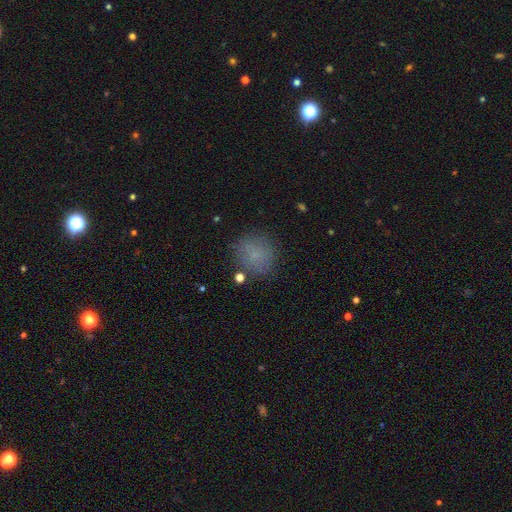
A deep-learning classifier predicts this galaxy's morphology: smooth_or_featured: smooth (p=0.74) [alt: star or artifact p=0.15]
how_rounded: round (p=0.89) [alt: in between p=0.10]
merging: none (p=0.81) [alt: minor disturbance p=0.12]